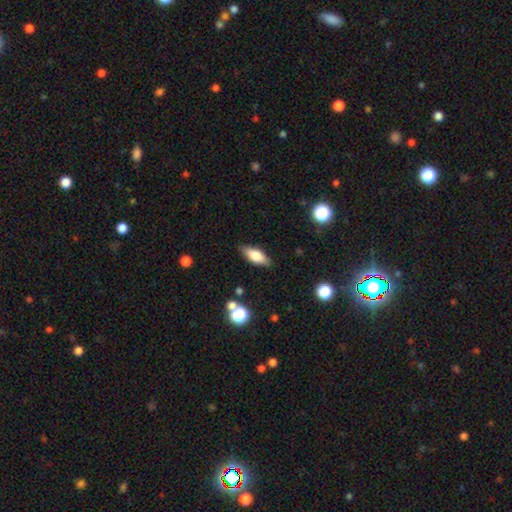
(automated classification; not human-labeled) This appears to be a smooth galaxy with no disk features (73%) that is in between round and cigar-shaped (76%). Merging: none (85%).